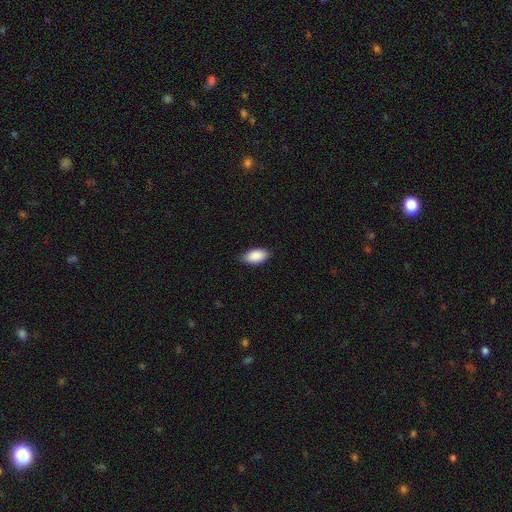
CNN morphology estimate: This is clearly a smooth galaxy (90%). How rounded: clearly in between (94%). Merging: clearly none (81%).